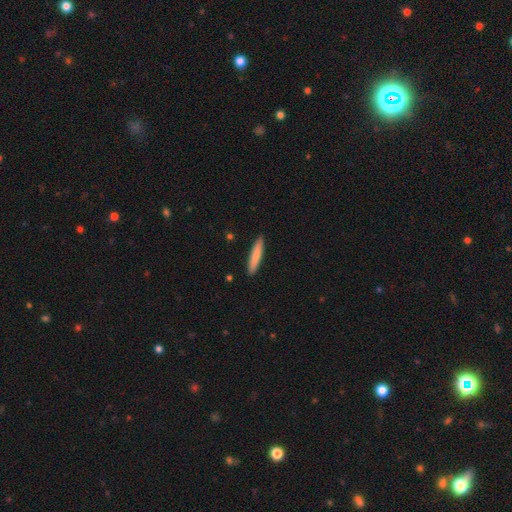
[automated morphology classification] This appears to be a smooth galaxy with no disk features (81%) that is cigar-shaped (91%). Merging: none (91%).